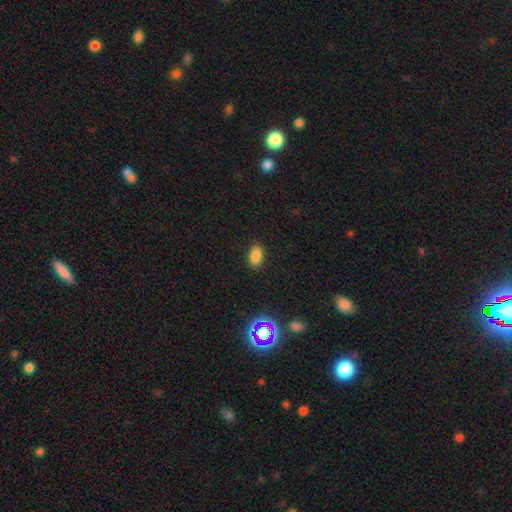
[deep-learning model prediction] Smooth or featured: smooth — 82% (star or artifact — 13%)
How rounded: in between — 87% (round — 11%)
Merging: none — 87% (minor disturbance — 9%)